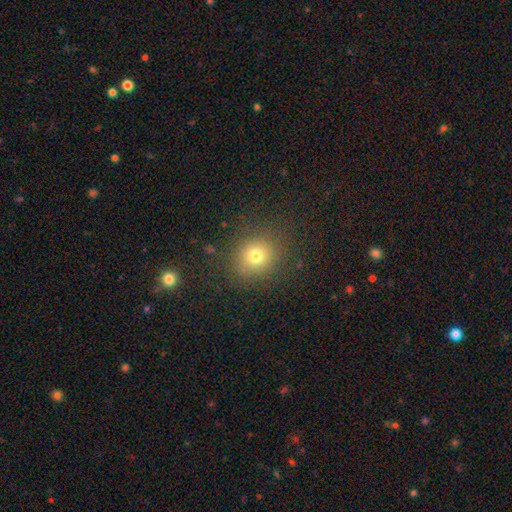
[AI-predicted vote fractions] A smooth galaxy with no disk features (74%) that is round (82%). Merging: none (85%).